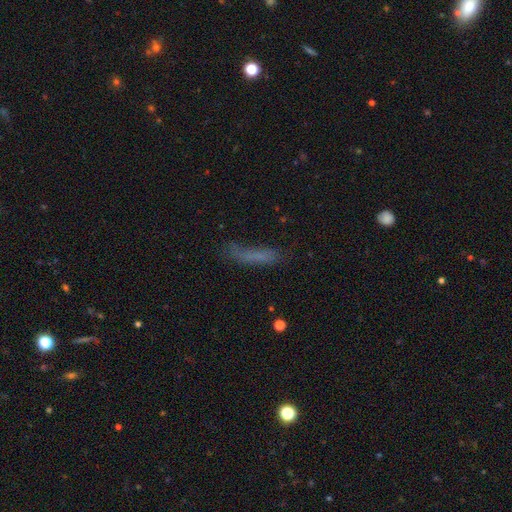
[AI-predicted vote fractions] Overall: smooth (65%). How rounded: cigar-shaped (80%). Merging: none (52%; minor disturbance 26%).